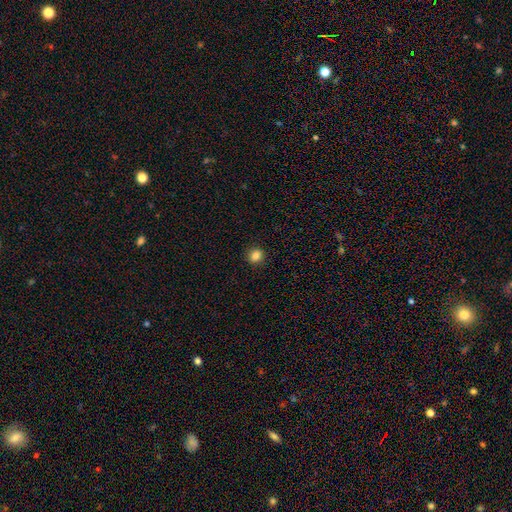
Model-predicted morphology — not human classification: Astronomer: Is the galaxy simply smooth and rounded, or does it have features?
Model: smooth — 85%.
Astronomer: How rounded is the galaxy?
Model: round — 78%.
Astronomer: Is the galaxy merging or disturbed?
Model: none — 91%.